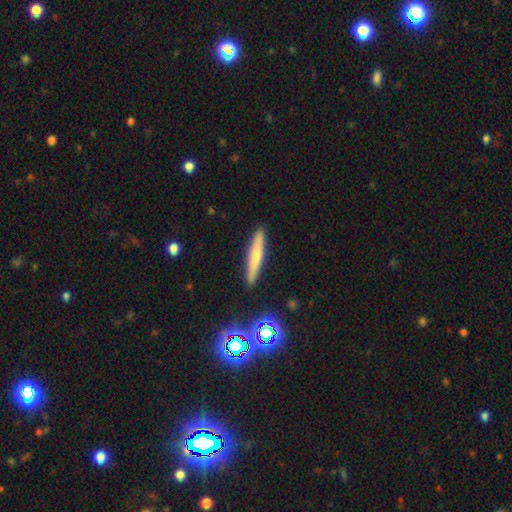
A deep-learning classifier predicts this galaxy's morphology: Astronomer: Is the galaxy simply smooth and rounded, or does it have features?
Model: smooth — 58%.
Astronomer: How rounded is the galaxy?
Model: cigar-shaped — 91%.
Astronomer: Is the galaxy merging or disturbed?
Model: none — 90%.